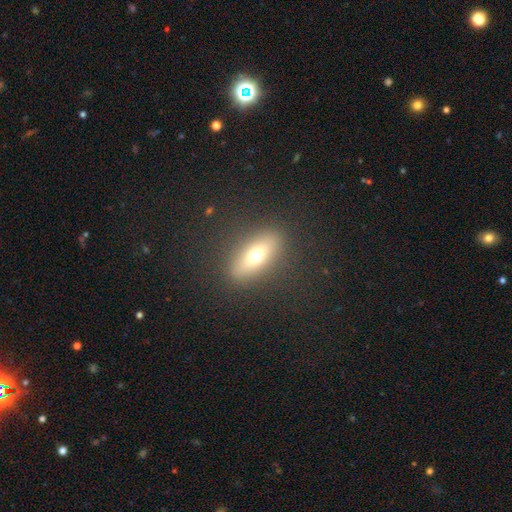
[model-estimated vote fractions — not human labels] Smooth or featured? Predicted: smooth (p=0.60). How rounded? Predicted: in between (p=0.64). Merging? Predicted: none (p=0.88).